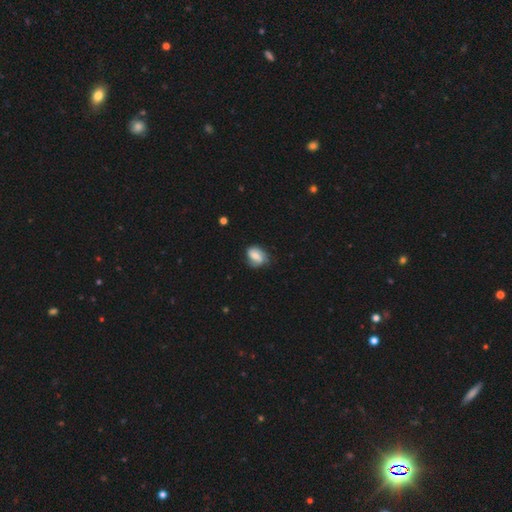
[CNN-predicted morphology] smooth_or_featured: smooth (p=0.56) [alt: featured or disk p=0.36]
how_rounded: in between (p=0.71) [alt: round p=0.27]
merging: none (p=0.61) [alt: minor disturbance p=0.29]